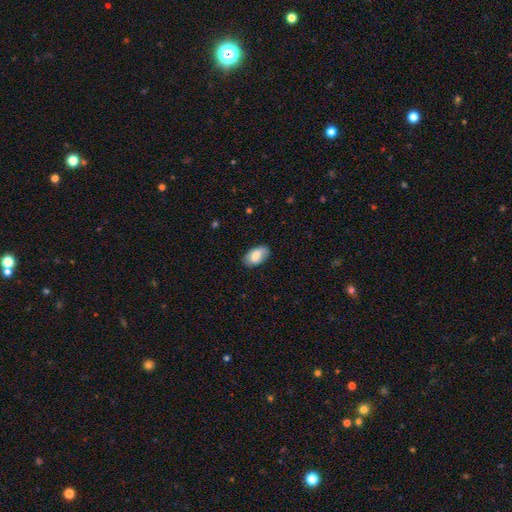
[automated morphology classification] This appears to be a smooth galaxy with no disk features (77%) that is in between round and cigar-shaped (94%). Merging: none (81%).